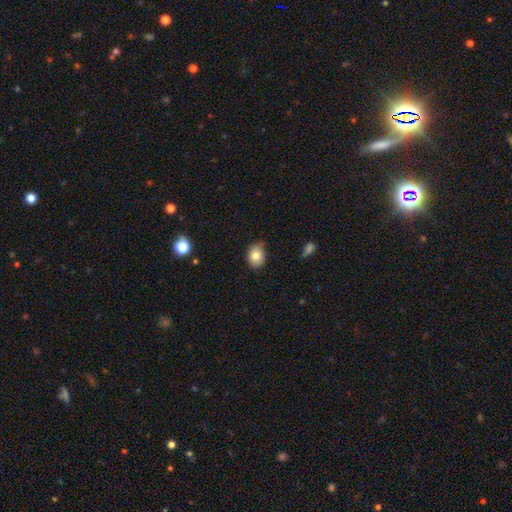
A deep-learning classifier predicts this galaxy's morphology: Q: Smooth or featured?
A: smooth (81%); runner-up: featured or disk (10%)
Q: How rounded?
A: in between (69%); runner-up: round (30%)
Q: Merging?
A: none (78%); runner-up: minor disturbance (18%)